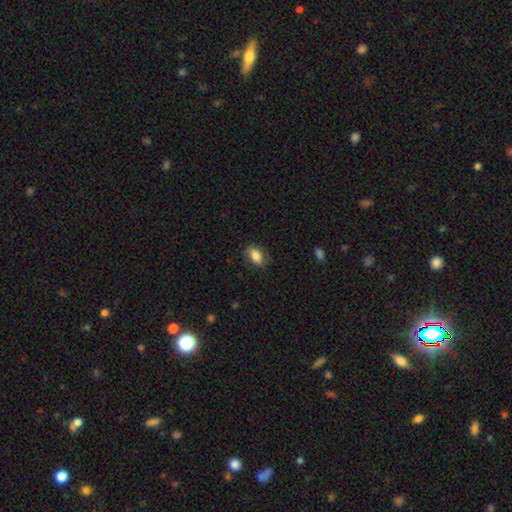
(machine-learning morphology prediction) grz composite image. It shows a smooth galaxy with no disk features (81%) that is in between round and cigar-shaped (88%). Merging: none (80%).